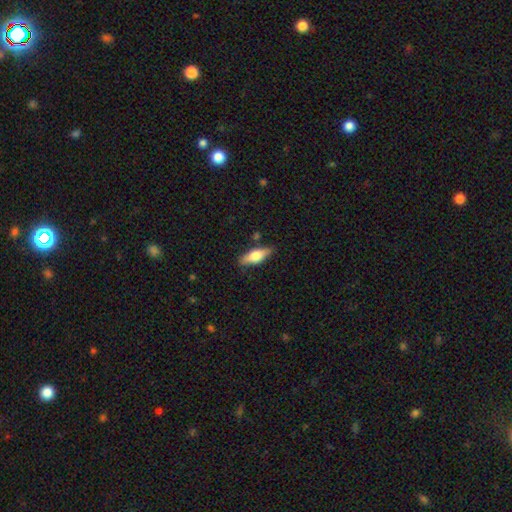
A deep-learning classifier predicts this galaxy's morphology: type=smooth (55%); roundness=in between (60%); merging=none (83%).